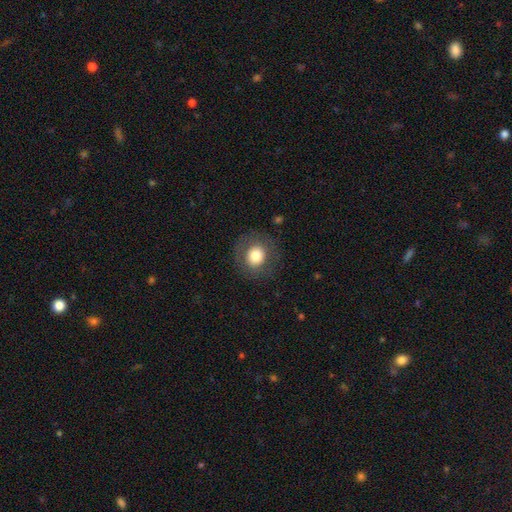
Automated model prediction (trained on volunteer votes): Smooth or featured? smooth (73%)
How rounded? round (85%)
Merging? none (83%)